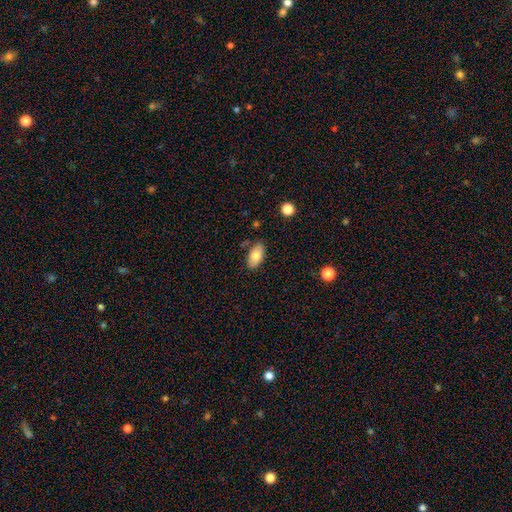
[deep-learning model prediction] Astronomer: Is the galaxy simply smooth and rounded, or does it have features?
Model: smooth — 79%.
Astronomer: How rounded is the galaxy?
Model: in between — 93%.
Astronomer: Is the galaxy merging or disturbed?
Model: none — 82%.